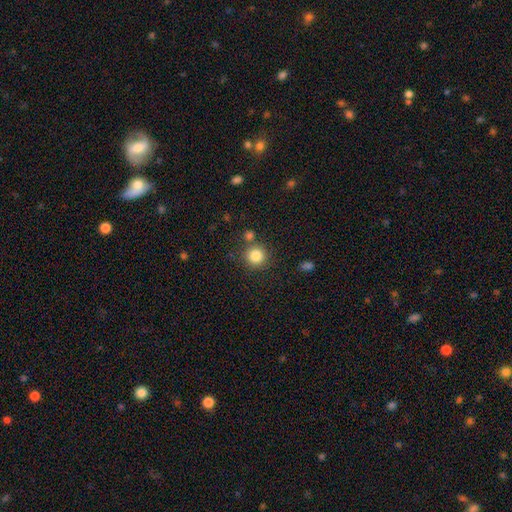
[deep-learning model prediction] Smooth or featured: smooth — 84% (star or artifact — 11%)
How rounded: round — 93% (in between — 6%)
Merging: none — 79% (merger — 10%)